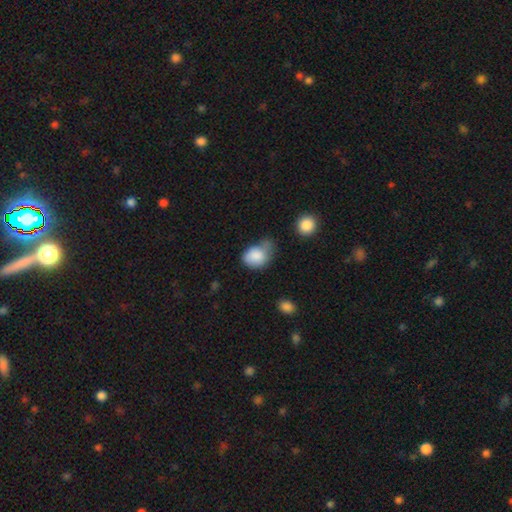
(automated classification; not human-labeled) smooth 83%, featured or disk 9%, star or artifact 7%. Down the decision tree: how rounded — in between (65%); merging — minor disturbance (38%).